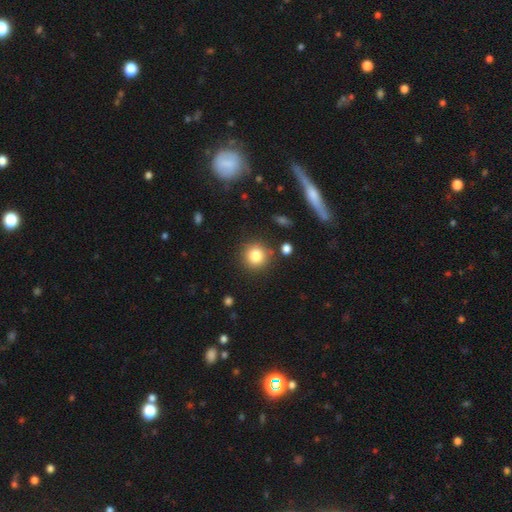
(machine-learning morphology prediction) Smooth or featured: smooth — 82% (star or artifact — 11%)
How rounded: round — 93% (in between — 6%)
Merging: none — 85% (minor disturbance — 8%)